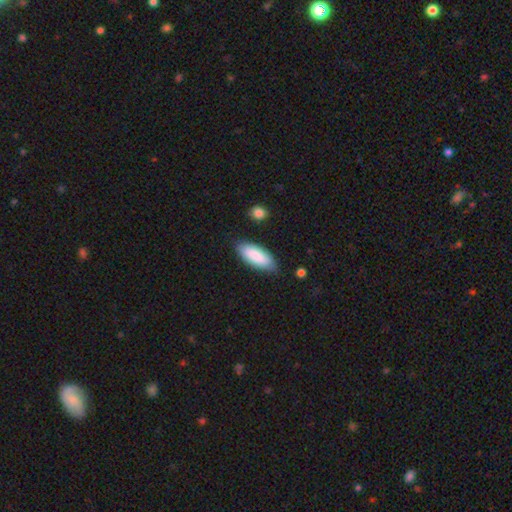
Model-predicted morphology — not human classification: Smooth or featured?
  - smooth: 86% *
  - featured or disk: 9%
  - star or artifact: 5%
How rounded?
  - in between: 78% *
  - cigar-shaped: 20%
  - round: 2%
Merging?
  - none: 81% *
  - minor disturbance: 14%
  - major disturbance: 3%
  - merger: 2%